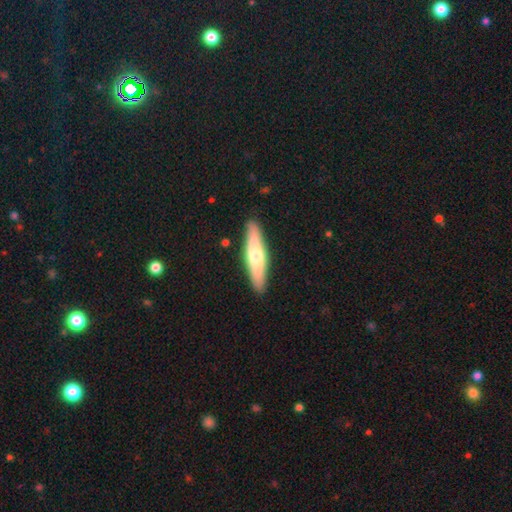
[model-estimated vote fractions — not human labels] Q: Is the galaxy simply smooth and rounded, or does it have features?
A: smooth — 54%.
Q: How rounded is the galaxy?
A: cigar-shaped — 77%.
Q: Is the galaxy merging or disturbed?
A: none — 89%.